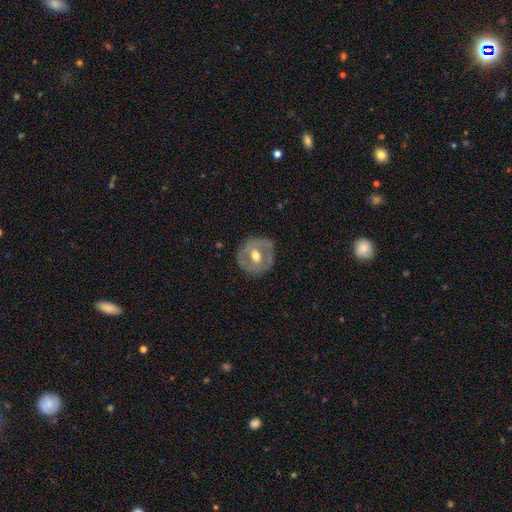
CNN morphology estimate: Overall: featured or disk (63%; smooth 31%). Edge-on disk: no (94%). Bar: no (44%; weak 37%). Spiral arms: no (67%; yes 33%). Bulge size: moderate (78%). Merging: none (83%).